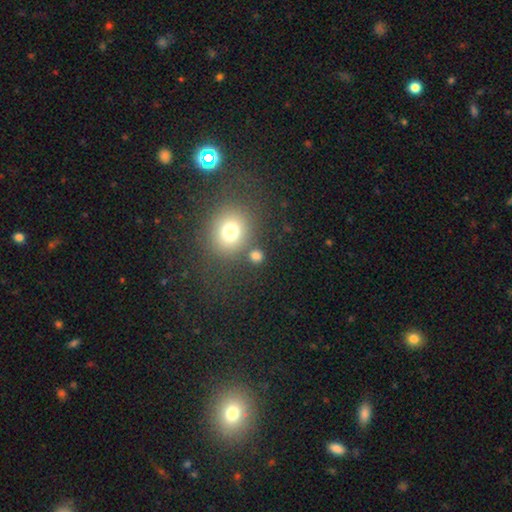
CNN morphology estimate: Smooth or featured? smooth (77%)
How rounded? round (82%)
Merging? none (76%)